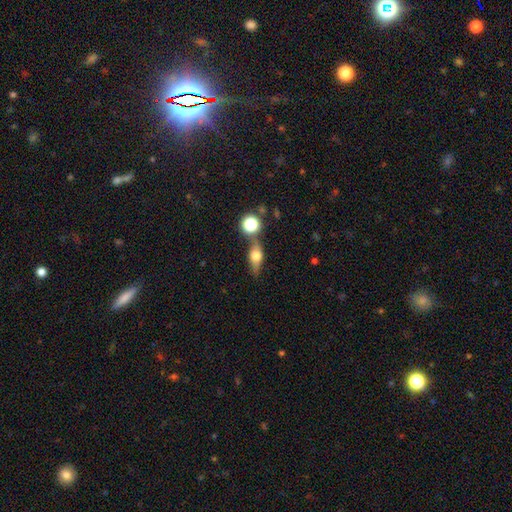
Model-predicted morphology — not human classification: Overall: smooth (46%; featured or disk 43%). Merging: none (64%).